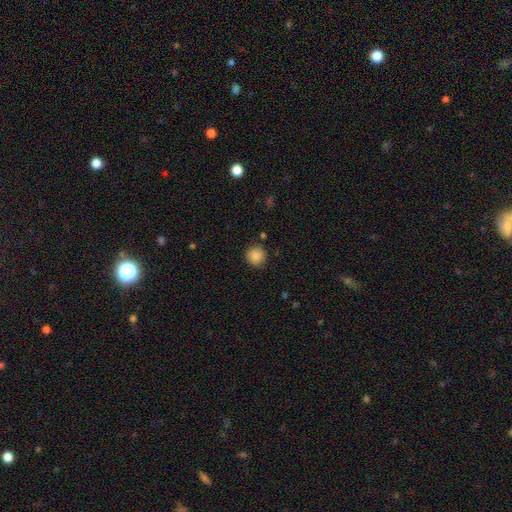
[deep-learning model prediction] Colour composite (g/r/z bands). It shows a smooth galaxy with no disk features (87%) that is round (93%). Merging: none (86%).